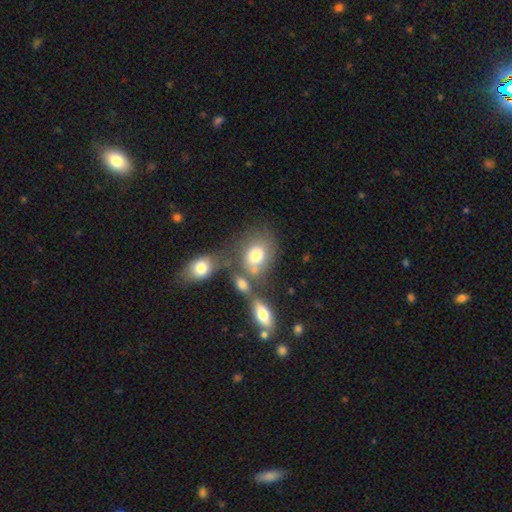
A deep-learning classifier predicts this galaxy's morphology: smooth-or-featured: smooth: 73% | featured or disk: 16% | star or artifact: 11%
  how-rounded: in between: 54% | round: 44% | cigar-shaped: 2%
  merging: none: 43% | merger: 34% | minor disturbance: 14% | major disturbance: 9%